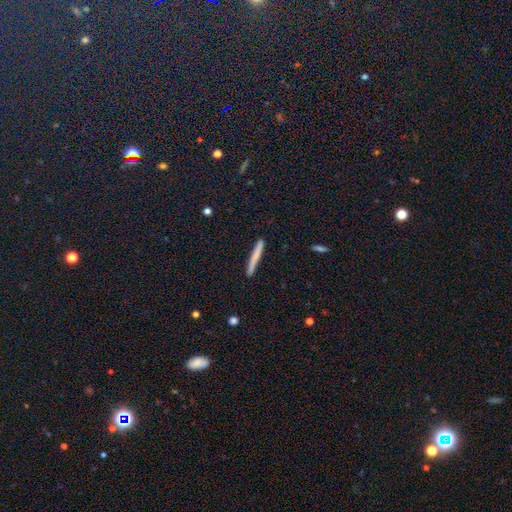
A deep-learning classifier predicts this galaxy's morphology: Q: Smooth or featured?
A: smooth (70%); runner-up: featured or disk (23%)
Q: How rounded?
A: cigar-shaped (96%); runner-up: in between (2%)
Q: Merging?
A: none (88%); runner-up: minor disturbance (9%)